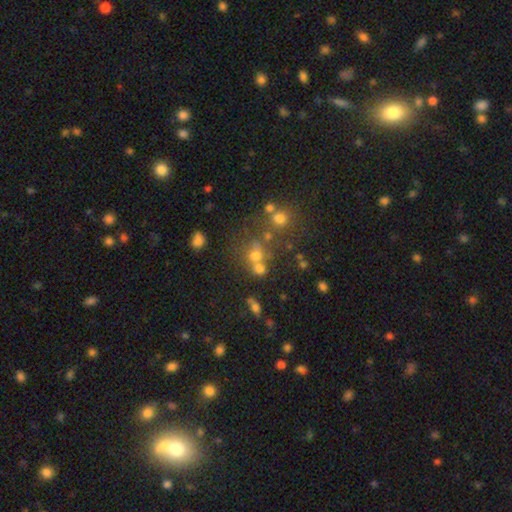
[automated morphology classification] smooth 61%, star or artifact 24%, featured or disk 15%. Down the decision tree: how rounded — round (76%); merging — none (47%).